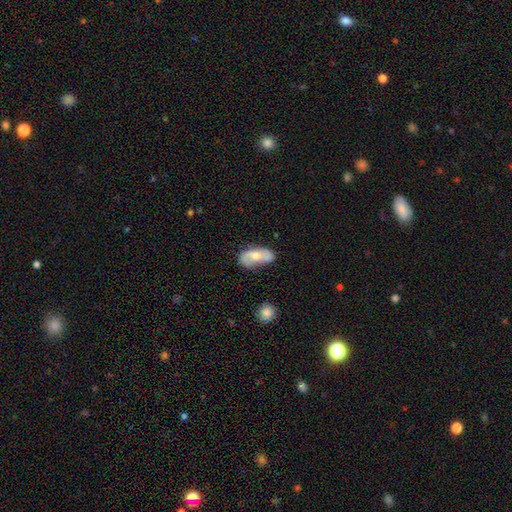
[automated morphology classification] The model was most divided on "smooth or featured": featured or disk: 51%, smooth: 42%, star or artifact: 7%. More confident: edge-on disk — no (89%); merging — none (61%).